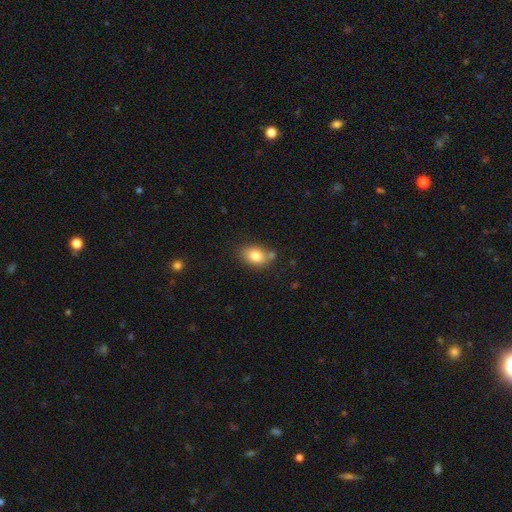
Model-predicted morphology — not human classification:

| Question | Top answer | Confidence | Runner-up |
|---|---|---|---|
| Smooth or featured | smooth | 81% | featured or disk (10%) |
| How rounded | in between | 75% | round (23%) |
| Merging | none | 69% | minor disturbance (17%) |